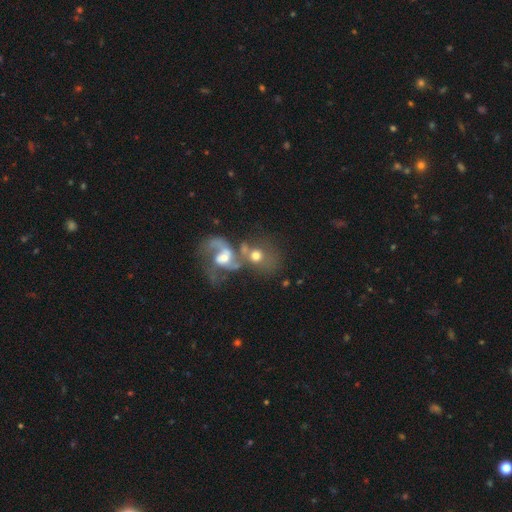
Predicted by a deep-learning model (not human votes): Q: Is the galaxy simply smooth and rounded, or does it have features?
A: featured or disk — 55%.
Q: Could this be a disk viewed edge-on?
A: no — 97%.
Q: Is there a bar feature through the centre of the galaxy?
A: no — 63%.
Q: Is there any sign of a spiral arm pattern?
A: yes — 66%.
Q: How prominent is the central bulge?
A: moderate — 58%.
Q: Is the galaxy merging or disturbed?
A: merger — 67%.